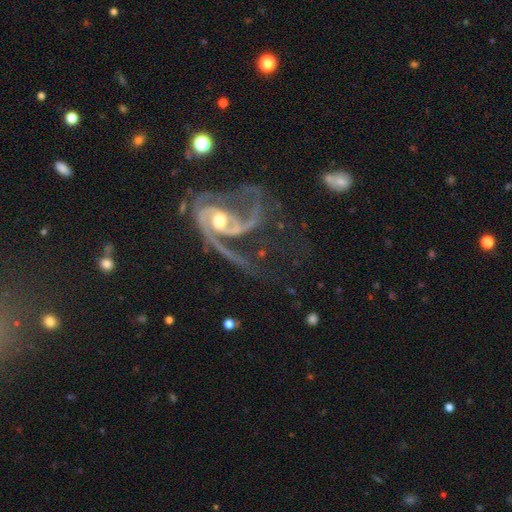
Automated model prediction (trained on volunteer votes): smooth_or_featured: featured or disk (p=0.84) [alt: star or artifact p=0.09]
disk_edge_on: no (p=0.97) [alt: yes p=0.03]
bar: no (p=0.52) [alt: weak p=0.32]
has_spiral_arms: yes (p=0.89) [alt: no p=0.11]
spiral_winding: medium (p=0.43) [alt: loose p=0.39]
spiral_arm_count: 2 (p=0.51) [alt: 1 p=0.19]
bulge_size: moderate (p=0.54) [alt: small p=0.36]
merging: major disturbance (p=0.45) [alt: none p=0.31]